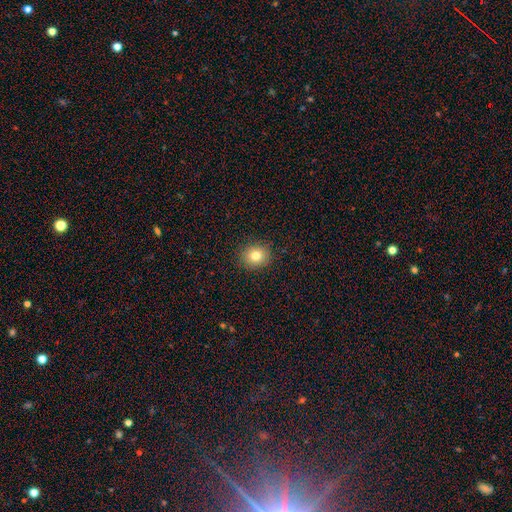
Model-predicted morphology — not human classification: This appears to be a smooth galaxy with no disk features (81%) that is round (73%). Merging: none (90%).